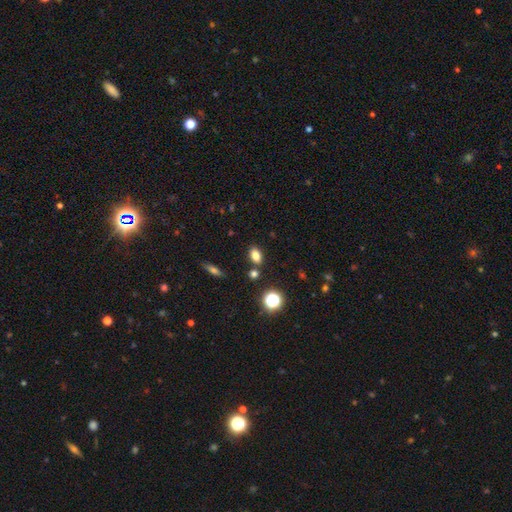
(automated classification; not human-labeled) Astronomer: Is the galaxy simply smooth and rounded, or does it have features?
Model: smooth — 78%.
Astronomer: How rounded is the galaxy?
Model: in between — 78%.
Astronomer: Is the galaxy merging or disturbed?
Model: none — 80%.